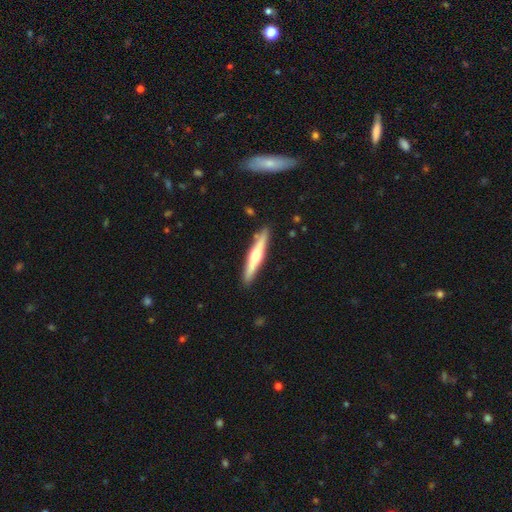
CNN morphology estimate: Smooth or featured? featured or disk (55%)
Edge-on disk? yes (97%)
Edge-on bulge? rounded (83%)
Merging? none (88%)